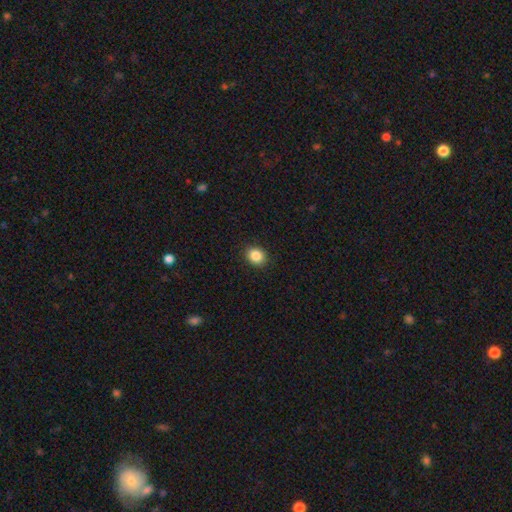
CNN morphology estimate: A smooth galaxy with no disk features (87%) that is round (61%).

Vote fractions:
- Smooth or featured? smooth: 87% / star or artifact: 9% / featured or disk: 4%
- How rounded? round: 61% / in between: 38% / cigar-shaped: 1%
- Merging? none: 90% / minor disturbance: 7% / major disturbance: 2% / merger: 1%